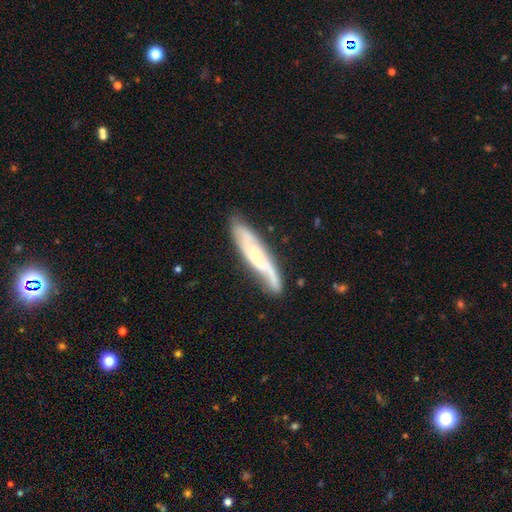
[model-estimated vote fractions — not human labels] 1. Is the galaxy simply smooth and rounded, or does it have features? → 68% featured or disk, 26% smooth, 6% star or artifact.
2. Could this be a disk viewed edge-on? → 60% no, 40% yes.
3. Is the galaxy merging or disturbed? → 70% none, 21% minor disturbance, 6% major disturbance, 3% merger.